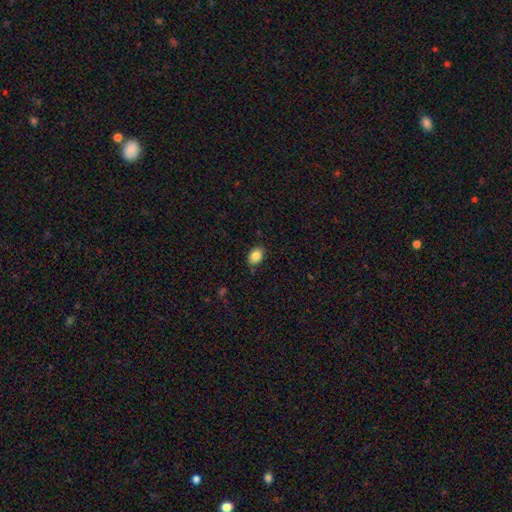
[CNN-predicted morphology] This is clearly a smooth galaxy (84%). How rounded: likely in between (79%). Merging: clearly none (82%).